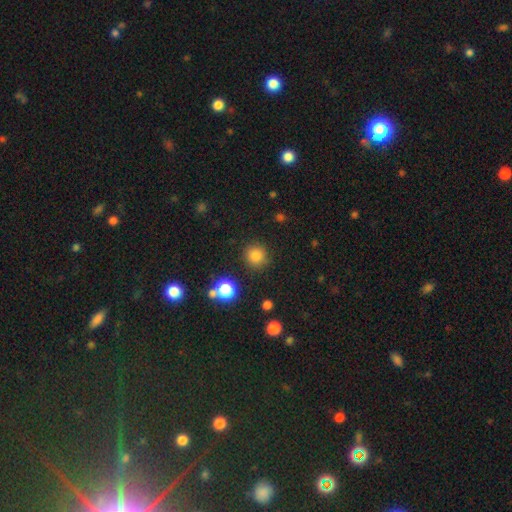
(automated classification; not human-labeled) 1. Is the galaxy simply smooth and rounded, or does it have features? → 82% smooth, 13% star or artifact, 5% featured or disk.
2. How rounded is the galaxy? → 92% round, 7% in between, 1% cigar-shaped.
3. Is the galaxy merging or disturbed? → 86% none, 8% minor disturbance, 3% major disturbance, 3% merger.